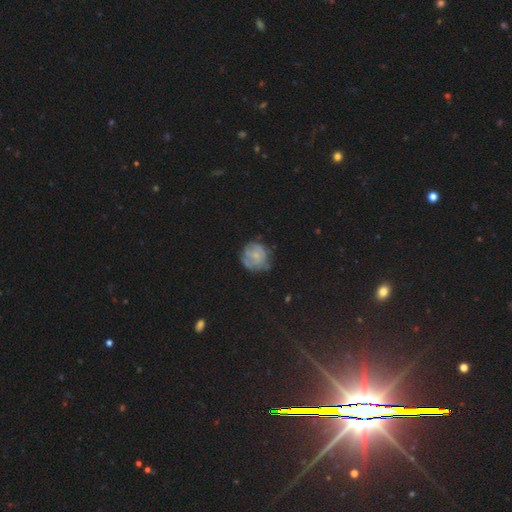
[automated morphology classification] Smooth or featured? Predicted: featured or disk (p=0.55). Edge-on disk? Predicted: no (p=0.98). Bar? Predicted: no (p=0.80). Spiral arms? Predicted: yes (p=0.61). Bulge size? Predicted: small (p=0.62). Merging? Predicted: none (p=0.59).